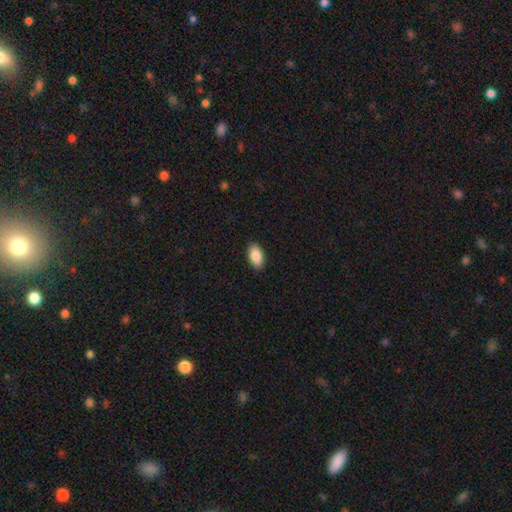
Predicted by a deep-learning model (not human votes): Smooth or featured: smooth — 89% (star or artifact — 7%)
How rounded: in between — 94% (round — 4%)
Merging: none — 90% (minor disturbance — 8%)